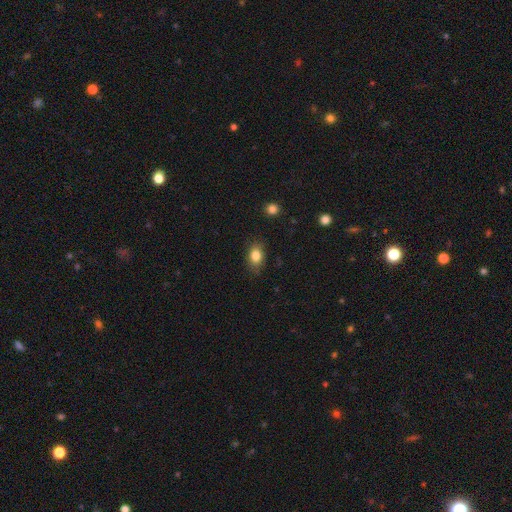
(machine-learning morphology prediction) This appears to be a smooth galaxy with no disk features (83%) that is in between round and cigar-shaped (75%). Merging: none (81%).